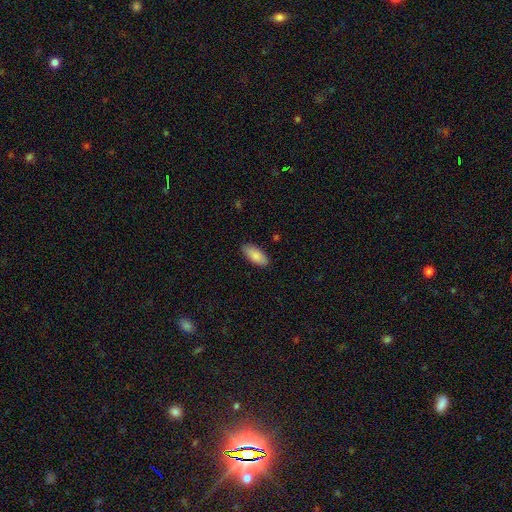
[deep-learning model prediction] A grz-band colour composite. It shows a smooth galaxy with no disk features (88%) that is in between round and cigar-shaped (87%). Merging: none (87%).